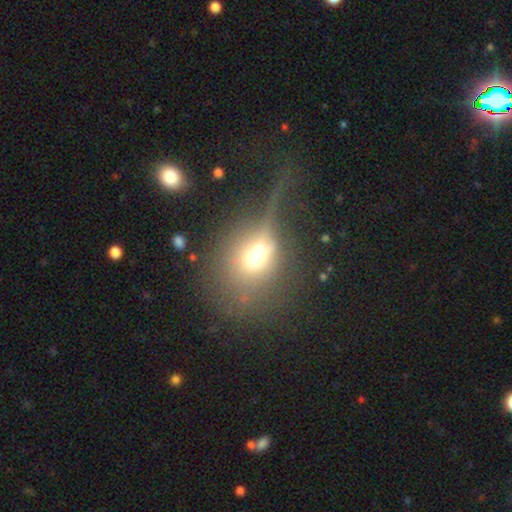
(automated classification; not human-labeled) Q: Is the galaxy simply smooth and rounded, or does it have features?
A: smooth — 48%.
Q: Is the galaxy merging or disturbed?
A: merger — 35%.